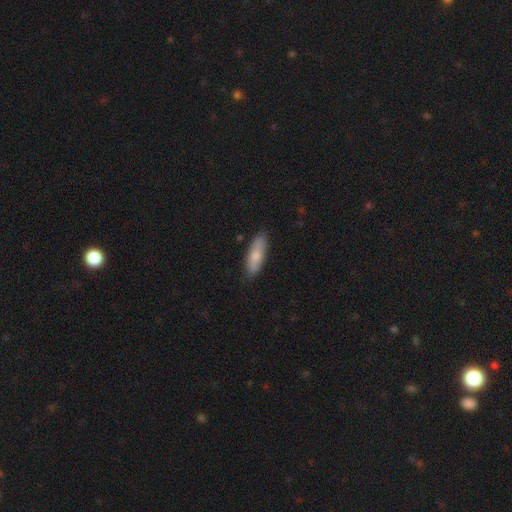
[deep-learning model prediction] Q: Smooth or featured?
A: smooth (73%); runner-up: featured or disk (22%)
Q: How rounded?
A: in between (52%); runner-up: cigar-shaped (46%)
Q: Merging?
A: none (83%); runner-up: minor disturbance (14%)